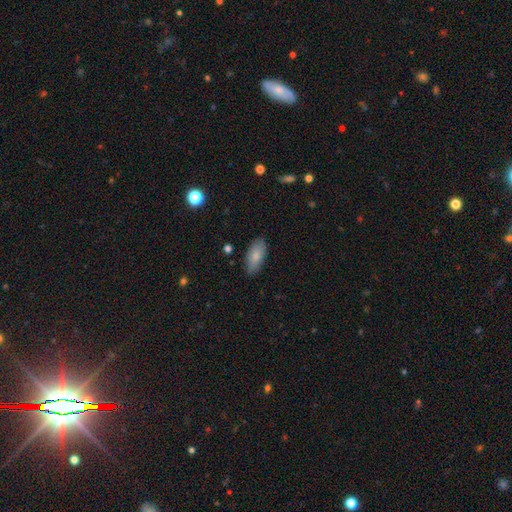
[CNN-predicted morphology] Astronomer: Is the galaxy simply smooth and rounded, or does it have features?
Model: smooth — 83%.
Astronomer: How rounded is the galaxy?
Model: in between — 88%.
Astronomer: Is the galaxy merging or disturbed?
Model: none — 84%.